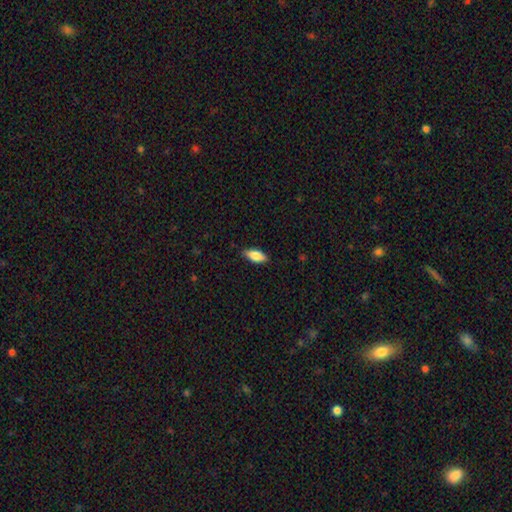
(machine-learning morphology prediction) This appears to be a smooth galaxy with no disk features (83%) that is in between round and cigar-shaped (83%). Merging: none (84%).